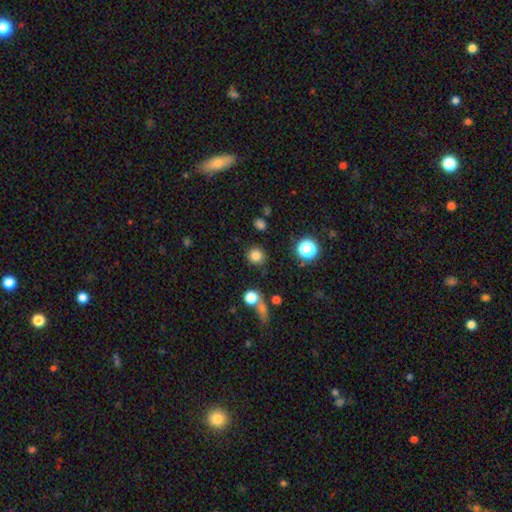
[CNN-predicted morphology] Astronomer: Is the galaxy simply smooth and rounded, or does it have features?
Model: smooth — 81%.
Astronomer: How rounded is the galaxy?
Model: round — 91%.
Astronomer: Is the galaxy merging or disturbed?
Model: none — 86%.